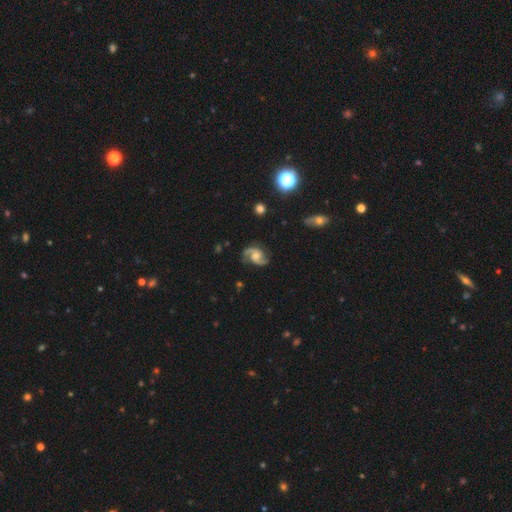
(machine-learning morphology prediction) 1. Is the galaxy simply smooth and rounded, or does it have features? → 90% featured or disk, 5% smooth, 5% star or artifact.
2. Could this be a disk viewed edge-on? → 98% no, 2% yes.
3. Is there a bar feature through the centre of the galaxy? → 55% no, 37% weak, 8% strong.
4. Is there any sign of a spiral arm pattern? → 98% yes, 2% no.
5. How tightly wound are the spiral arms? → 52% medium, 36% loose, 12% tight.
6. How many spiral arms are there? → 94% 2, 2% can't tell, 1% 3, 1% 1, 1% 4, 1% more than 4.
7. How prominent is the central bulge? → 52% moderate, 24% small, 12% large, 10% none, 2% dominant.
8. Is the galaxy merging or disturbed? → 80% none, 14% minor disturbance, 5% major disturbance, 2% merger.